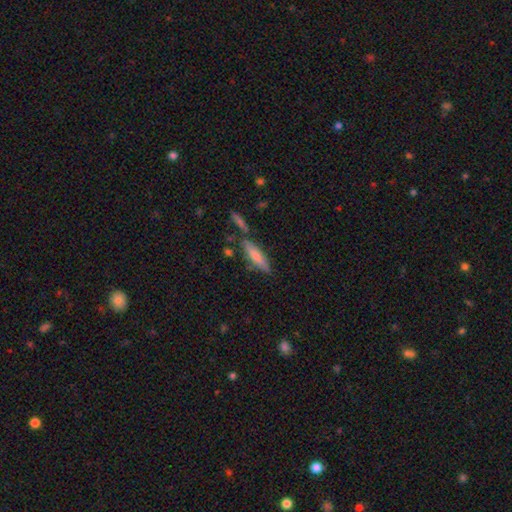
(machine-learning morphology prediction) Smooth or featured?
  - smooth: 75% *
  - featured or disk: 19%
  - star or artifact: 6%
How rounded?
  - cigar-shaped: 67% *
  - in between: 32%
  - round: 2%
Merging?
  - none: 67% *
  - minor disturbance: 16%
  - merger: 12%
  - major disturbance: 4%